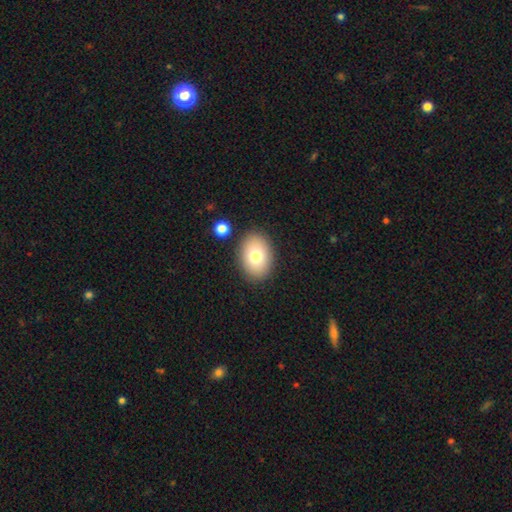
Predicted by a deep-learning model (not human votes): Smooth or featured: smooth — 78% (featured or disk — 14%)
How rounded: in between — 79% (round — 20%)
Merging: none — 86% (minor disturbance — 8%)